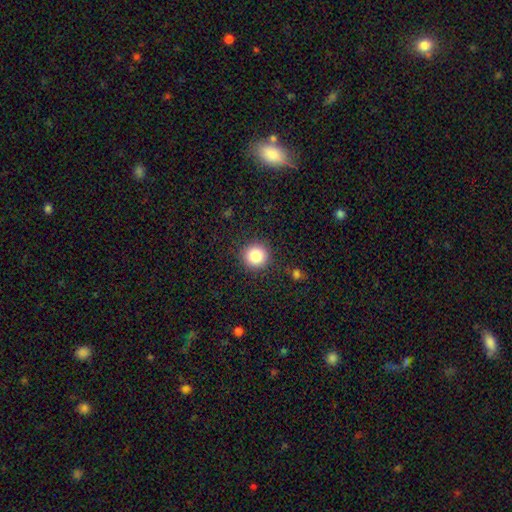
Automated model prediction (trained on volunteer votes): A smooth galaxy with no disk features (85%) that is round (94%). Merging: none (90%).